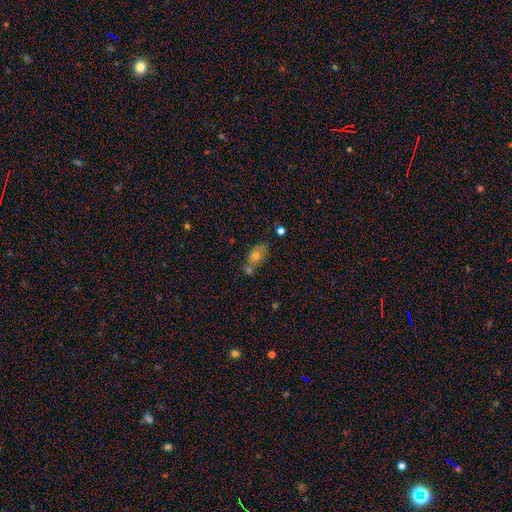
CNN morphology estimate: This is likely a smooth galaxy (62%). How rounded: likely in between (77%). Merging: possibly none (50%).